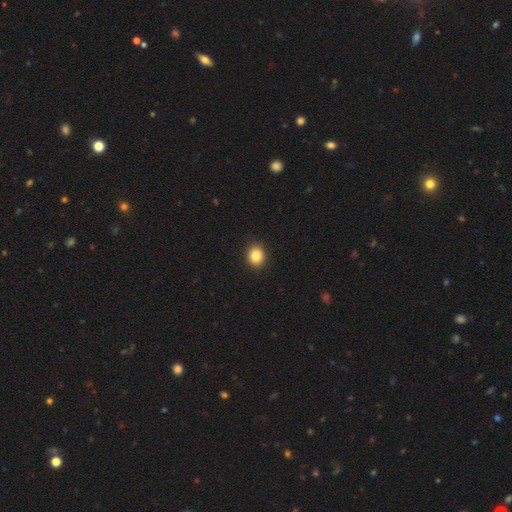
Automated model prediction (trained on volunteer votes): Smooth or featured? smooth (86%)
How rounded? round (67%)
Merging? none (91%)